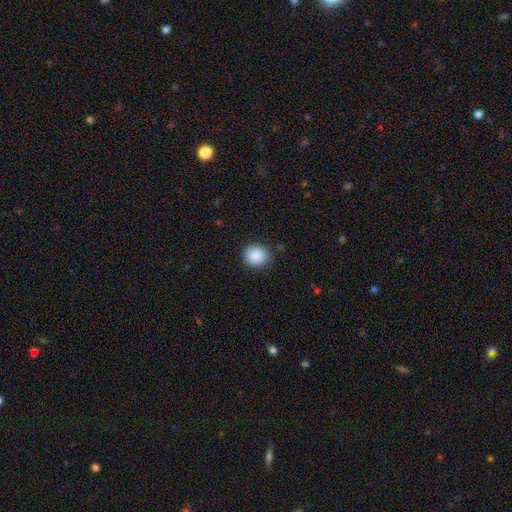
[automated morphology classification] This is clearly a smooth galaxy (89%). How rounded: likely round (75%). Merging: clearly none (86%).